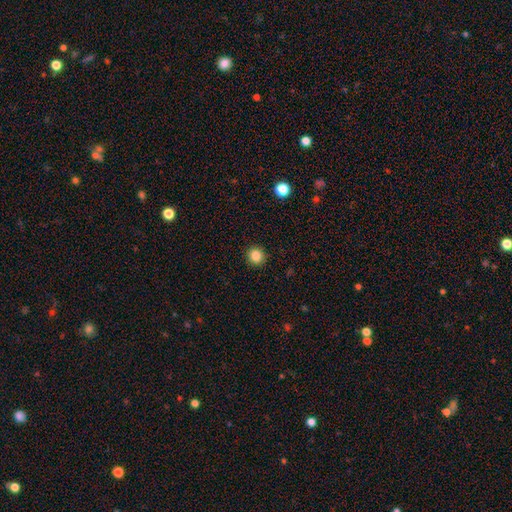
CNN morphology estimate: This appears to be a smooth galaxy with no disk features (85%) that is round (90%). Merging: none (91%).